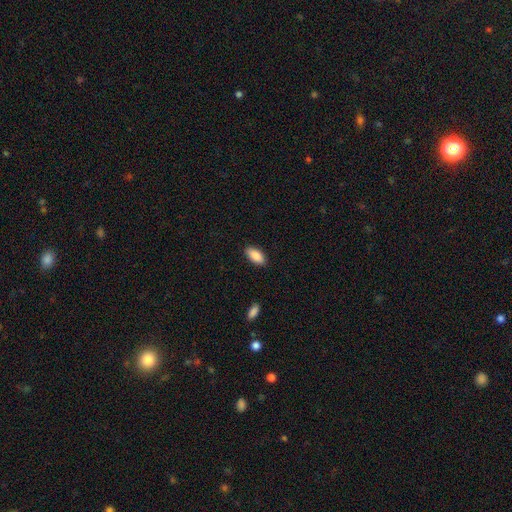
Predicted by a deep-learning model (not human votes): The model was most divided on "merging": none: 88%, minor disturbance: 9%, major disturbance: 2%, merger: 1%. More confident: how rounded — in between (91%); smooth or featured — smooth (89%).